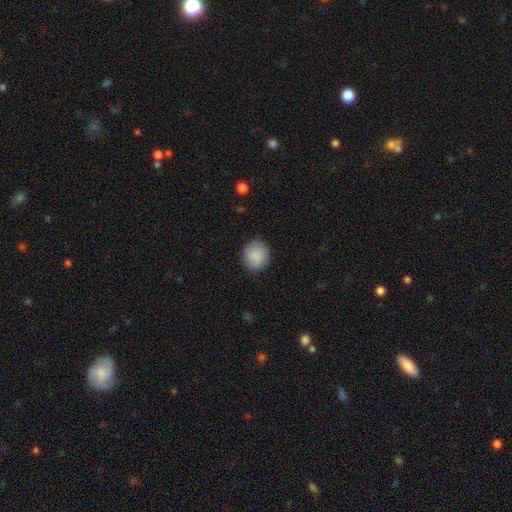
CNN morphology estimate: A smooth galaxy with no disk features (88%) that is round (83%). Merging: none (86%).